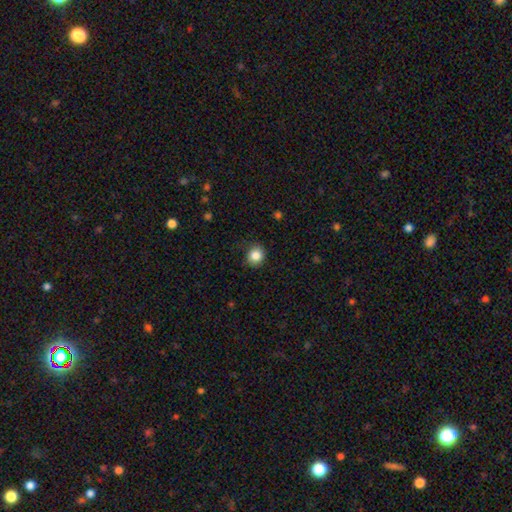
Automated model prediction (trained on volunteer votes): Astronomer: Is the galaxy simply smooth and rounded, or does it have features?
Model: smooth — 85%.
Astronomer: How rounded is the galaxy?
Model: round — 82%.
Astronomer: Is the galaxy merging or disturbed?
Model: none — 83%.